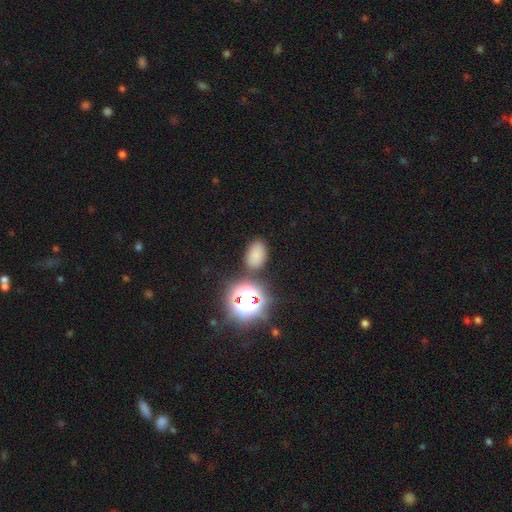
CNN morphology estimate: A smooth galaxy with no disk features (73%) that is in between round and cigar-shaped (80%). Merging: none (76%).